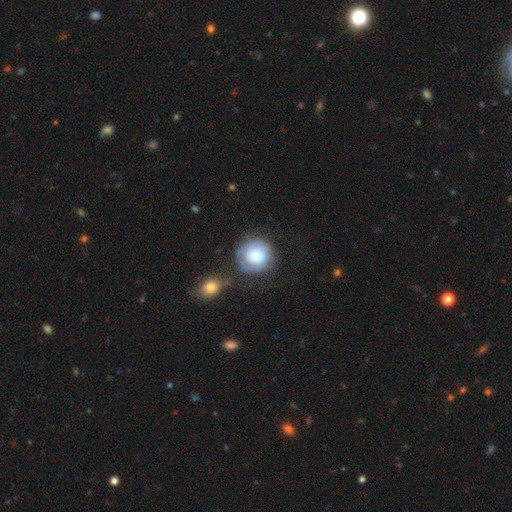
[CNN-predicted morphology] Overall: smooth (60%; featured or disk 33%). How rounded: round (90%). Merging: none (59%; minor disturbance 20%).